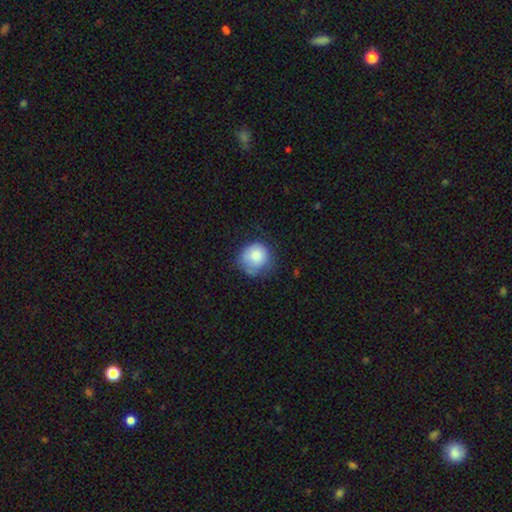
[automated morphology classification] A smooth galaxy with no disk features (79%) that is round (87%).

Vote fractions:
- Smooth or featured? smooth: 79% / featured or disk: 13% / star or artifact: 8%
- How rounded? round: 87% / in between: 12% / cigar-shaped: 1%
- Merging? none: 58% / minor disturbance: 30% / major disturbance: 10% / merger: 2%